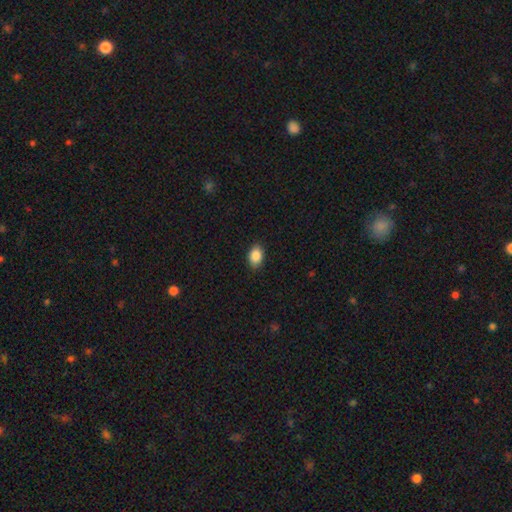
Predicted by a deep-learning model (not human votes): smooth 87%, star or artifact 8%, featured or disk 5%. Down the decision tree: how rounded — in between (82%); merging — none (88%).